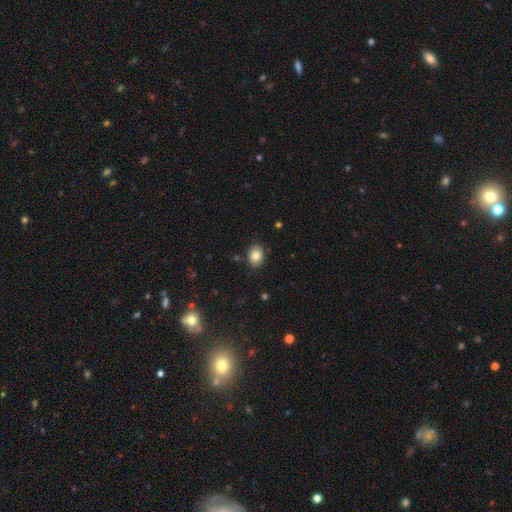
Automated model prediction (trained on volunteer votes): Smooth or featured: smooth — 82% (star or artifact — 9%)
How rounded: in between — 64% (round — 35%)
Merging: none — 87% (minor disturbance — 9%)